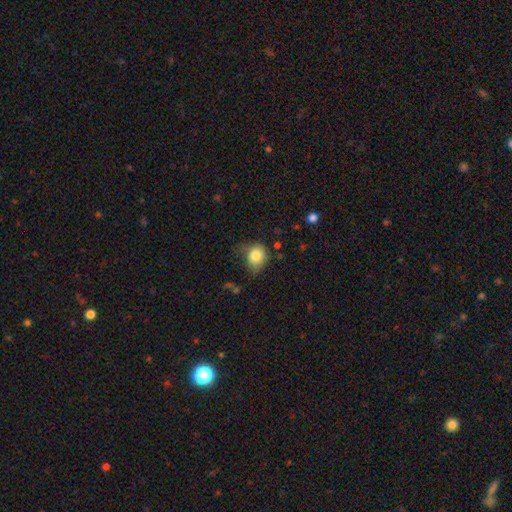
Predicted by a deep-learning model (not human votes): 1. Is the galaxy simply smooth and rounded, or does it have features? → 81% smooth, 10% star or artifact, 9% featured or disk.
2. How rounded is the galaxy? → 66% round, 33% in between, 1% cigar-shaped.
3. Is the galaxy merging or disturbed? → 50% none, 34% minor disturbance, 12% major disturbance, 3% merger.